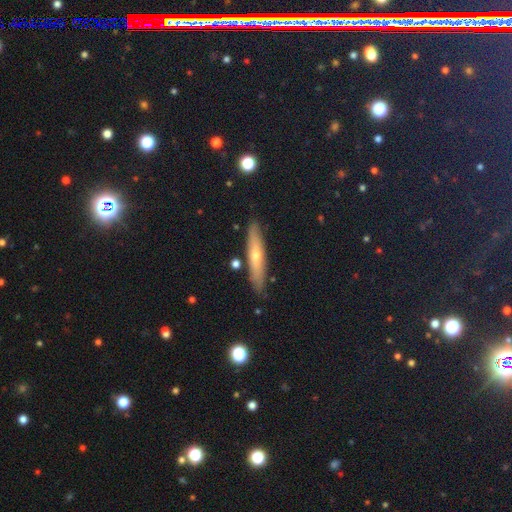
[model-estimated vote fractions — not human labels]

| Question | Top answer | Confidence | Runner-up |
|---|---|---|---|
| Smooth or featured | featured or disk | 48% | smooth (45%) |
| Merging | none | 86% | minor disturbance (9%) |